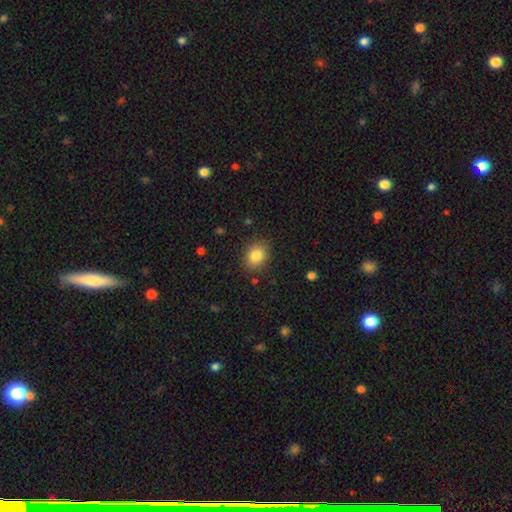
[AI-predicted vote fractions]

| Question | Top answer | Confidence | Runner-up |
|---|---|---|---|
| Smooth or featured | smooth | 83% | star or artifact (9%) |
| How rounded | in between | 54% | round (45%) |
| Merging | none | 85% | minor disturbance (11%) |